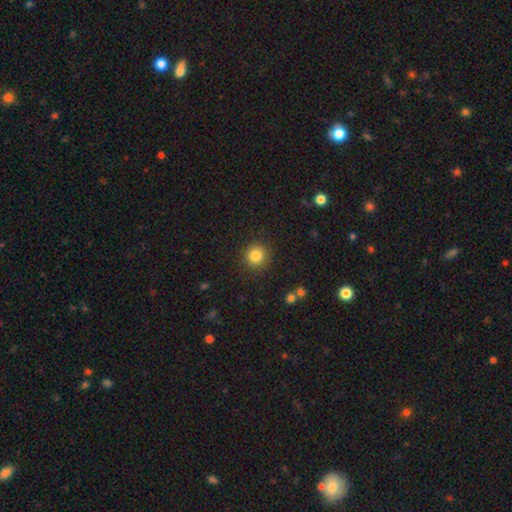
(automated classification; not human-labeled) smooth 83%, star or artifact 11%, featured or disk 6%. Down the decision tree: how rounded — round (94%); merging — none (90%).